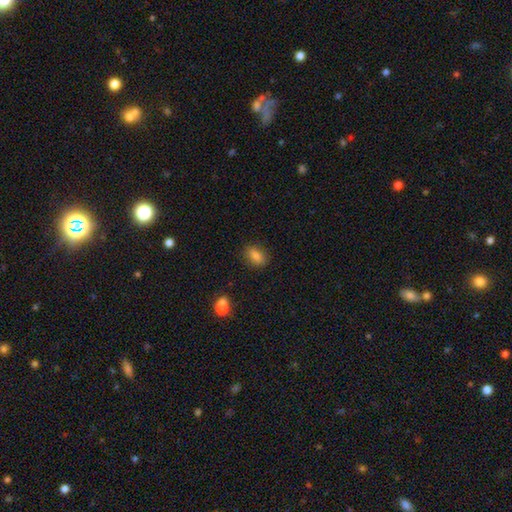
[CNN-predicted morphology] smooth 82%, star or artifact 10%, featured or disk 8%. Down the decision tree: how rounded — in between (78%); merging — none (84%).